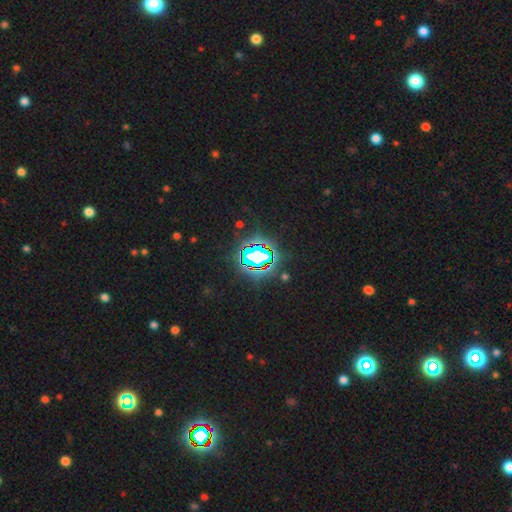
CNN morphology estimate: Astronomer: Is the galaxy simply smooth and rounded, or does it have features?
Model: star or artifact — 83%.